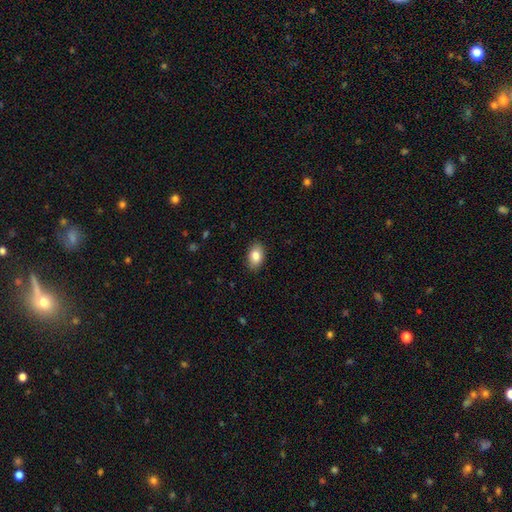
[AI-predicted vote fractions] This is clearly a smooth galaxy (85%). How rounded: clearly in between (89%). Merging: clearly none (89%).